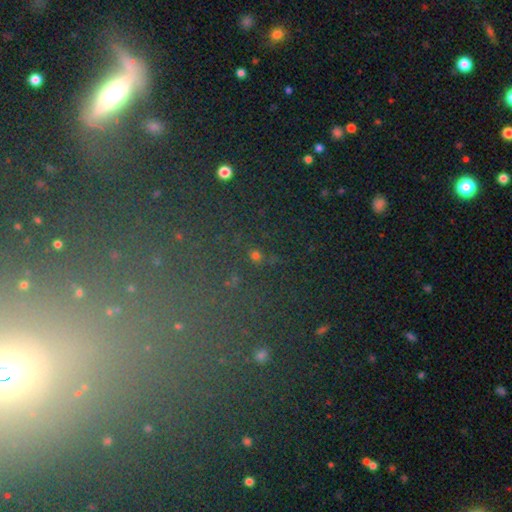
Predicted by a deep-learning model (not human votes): smooth 47%, star or artifact 45%, featured or disk 8%. Down the decision tree: merging — none (77%).